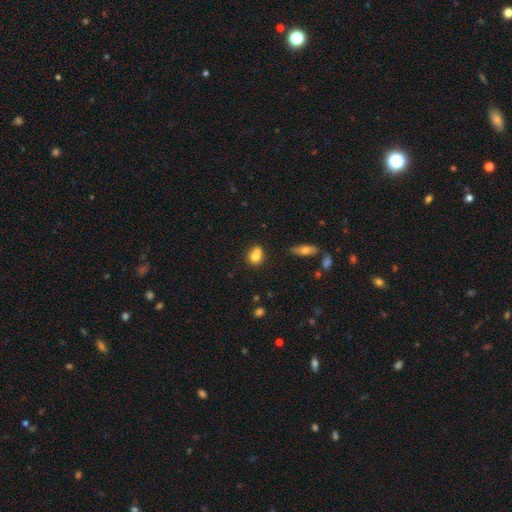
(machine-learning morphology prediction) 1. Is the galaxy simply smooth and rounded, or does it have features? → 74% smooth, 16% featured or disk, 10% star or artifact.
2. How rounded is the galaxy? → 61% round, 37% in between, 2% cigar-shaped.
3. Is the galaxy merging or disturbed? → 50% merger, 34% none, 11% minor disturbance, 4% major disturbance.